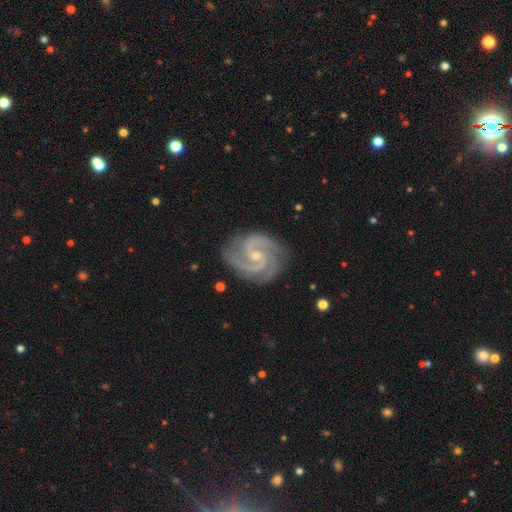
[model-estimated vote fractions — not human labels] Q: Smooth or featured?
A: featured or disk (93%); runner-up: star or artifact (4%)
Q: Edge-on disk?
A: no (98%); runner-up: yes (2%)
Q: Bar?
A: no (52%); runner-up: weak (38%)
Q: Spiral arms?
A: yes (99%); runner-up: no (1%)
Q: Spiral winding?
A: medium (49%); runner-up: tight (45%)
Q: Spiral arm count?
A: 2 (52%); runner-up: 3 (34%)
Q: Bulge size?
A: small (67%); runner-up: moderate (30%)
Q: Merging?
A: none (81%); runner-up: minor disturbance (14%)